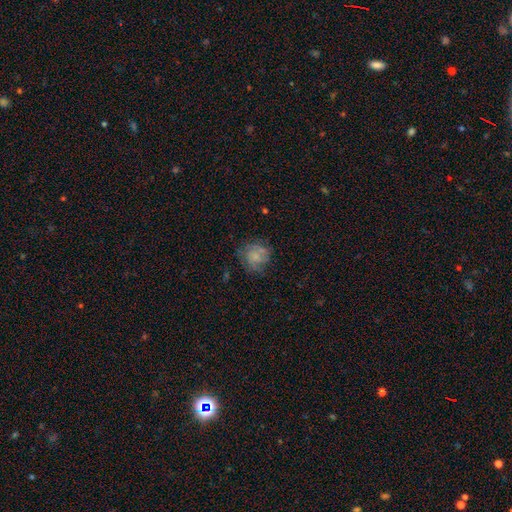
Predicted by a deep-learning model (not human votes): smooth_or_featured: smooth (p=0.58) [alt: featured or disk p=0.31]
how_rounded: round (p=0.81) [alt: in between p=0.18]
merging: none (p=0.61) [alt: minor disturbance p=0.23]